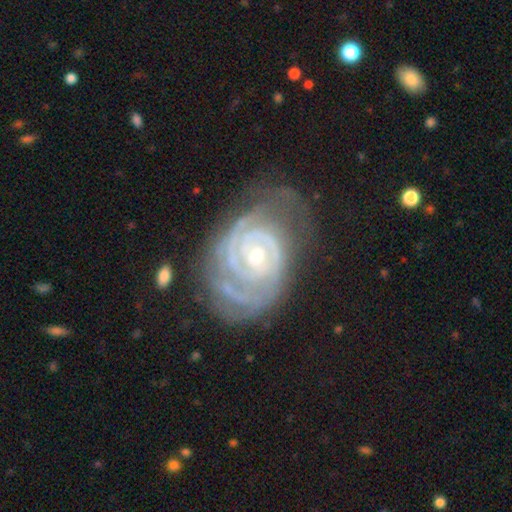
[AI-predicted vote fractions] Smooth or featured: featured or disk — 90% (star or artifact — 5%)
Edge-on disk: no — 97% (yes — 3%)
Bar: no — 65% (weak — 26%)
Spiral arms: yes — 98% (no — 2%)
Spiral winding: tight — 80% (medium — 17%)
Spiral arm count: 2 — 40% (3 — 23%)
Bulge size: small — 52% (moderate — 44%)
Merging: none — 59% (minor disturbance — 25%)